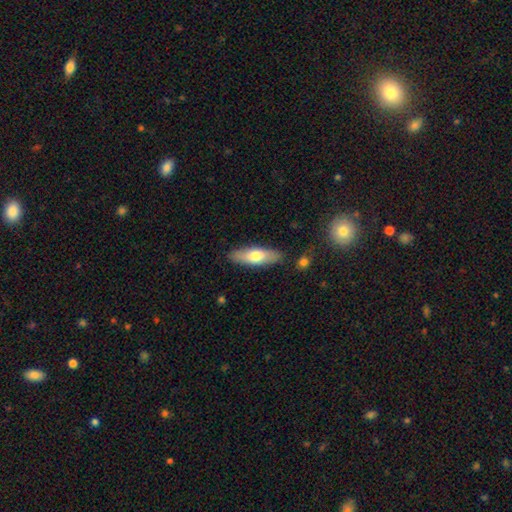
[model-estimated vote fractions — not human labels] Overall: smooth (64%; featured or disk 31%). How rounded: cigar-shaped (49%, tied with in between). Merging: none (86%).